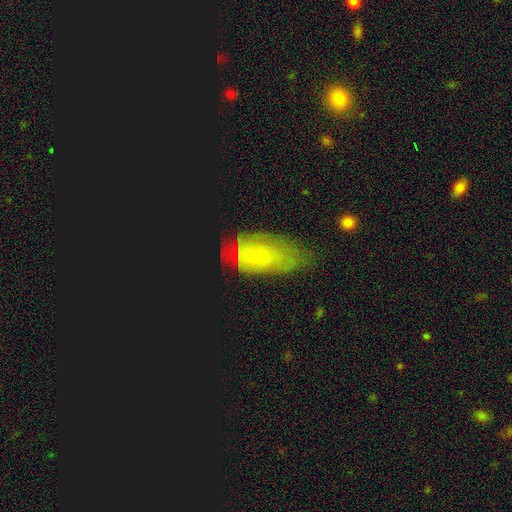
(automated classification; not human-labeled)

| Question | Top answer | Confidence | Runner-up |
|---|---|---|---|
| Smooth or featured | smooth | 47% | featured or disk (29%) |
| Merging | none | 51% | minor disturbance (31%) |